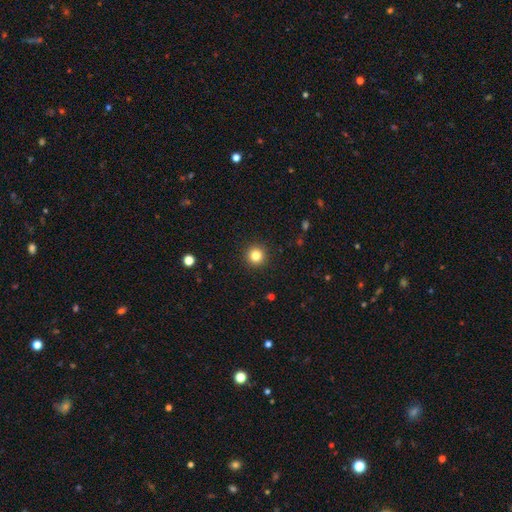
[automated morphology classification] A smooth galaxy with no disk features (82%) that is round (96%). Merging: none (93%).